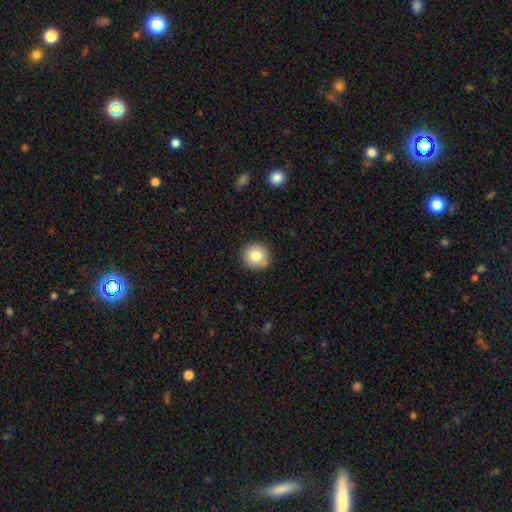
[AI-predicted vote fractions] A smooth galaxy with no disk features (81%) that is round (94%).

Vote fractions:
- Smooth or featured? smooth: 81% / featured or disk: 10% / star or artifact: 9%
- How rounded? round: 94% / in between: 5% / cigar-shaped: 1%
- Merging? none: 85% / minor disturbance: 9% / merger: 4% / major disturbance: 2%